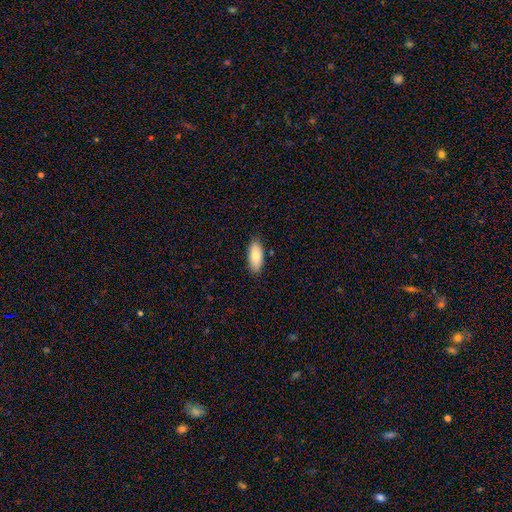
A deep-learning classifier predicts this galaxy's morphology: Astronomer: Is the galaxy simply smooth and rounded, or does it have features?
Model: smooth — 80%.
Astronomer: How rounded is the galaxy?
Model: in between — 86%.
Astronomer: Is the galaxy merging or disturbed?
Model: none — 88%.